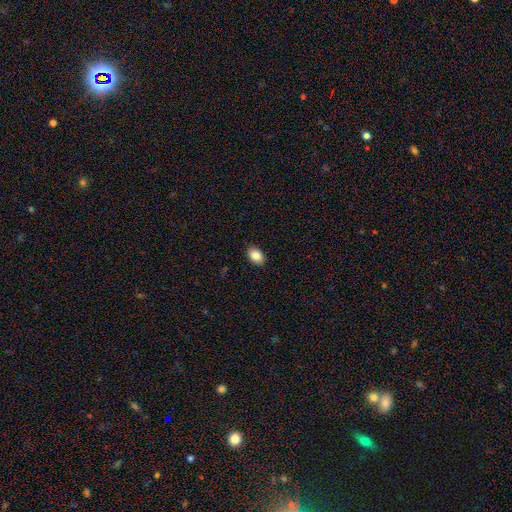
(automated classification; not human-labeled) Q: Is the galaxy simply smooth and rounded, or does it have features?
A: smooth — 85%.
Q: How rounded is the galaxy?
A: in between — 86%.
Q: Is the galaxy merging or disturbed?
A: none — 89%.